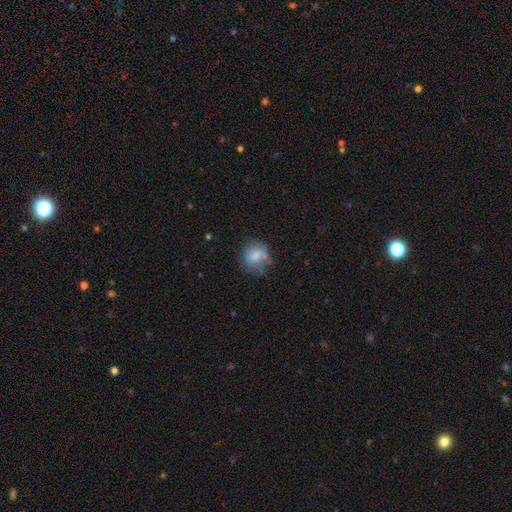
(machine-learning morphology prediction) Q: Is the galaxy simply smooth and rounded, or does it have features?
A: smooth — 71%.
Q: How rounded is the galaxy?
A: round — 75%.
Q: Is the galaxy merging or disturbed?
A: none — 63%.